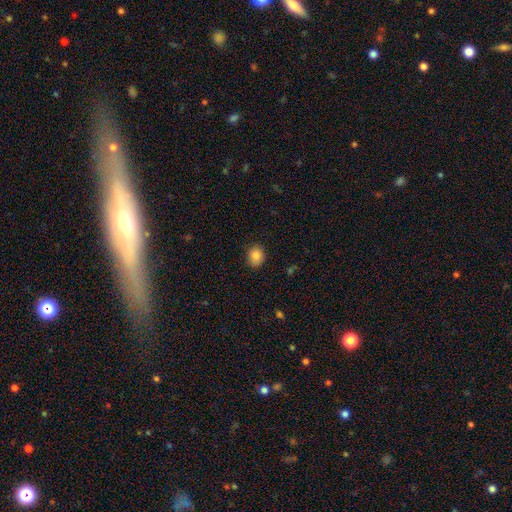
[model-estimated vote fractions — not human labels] This is clearly a smooth galaxy (85%). How rounded: likely round (65%). Merging: clearly none (85%).